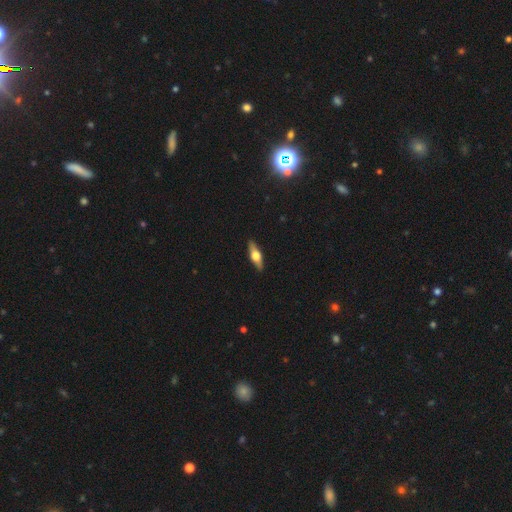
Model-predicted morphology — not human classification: The model was most divided on "smooth or featured": featured or disk: 59%, smooth: 35%, star or artifact: 6%. More confident: edge-on disk — yes (94%); edge-on bulge — rounded (93%); merging — none (89%).